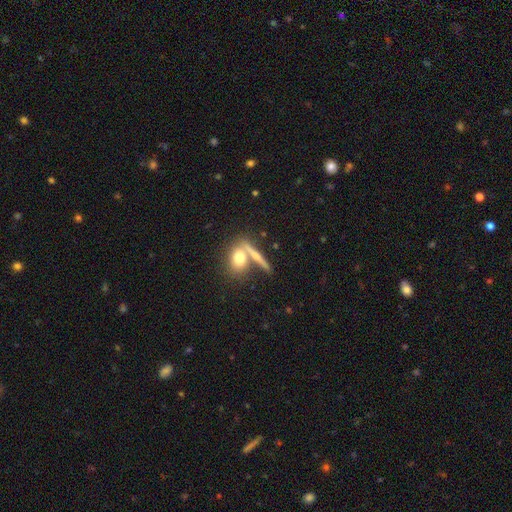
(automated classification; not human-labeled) Overall: smooth (59%; featured or disk 32%). How rounded: cigar-shaped (40%; in between 32%). Merging: none (55%; merger 31%).